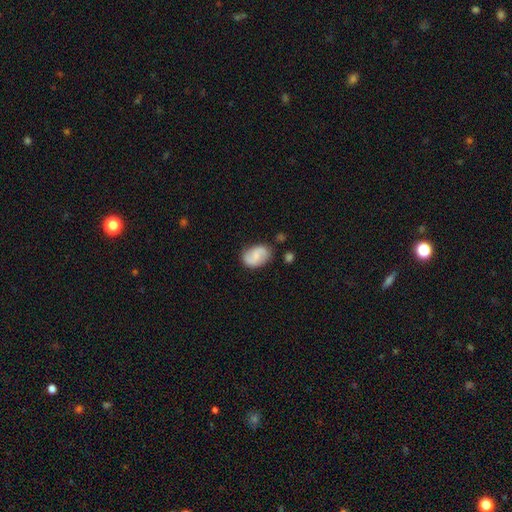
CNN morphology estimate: The model was most divided on "smooth or featured": smooth: 49%, featured or disk: 43%, star or artifact: 8%. More confident: merging — none (73%).